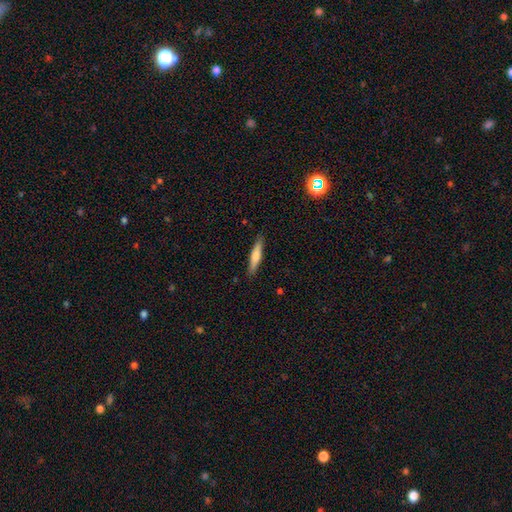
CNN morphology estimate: smooth-or-featured: smooth: 64% | featured or disk: 30% | star or artifact: 6%
  how-rounded: cigar-shaped: 87% | in between: 12% | round: 1%
  merging: none: 89% | minor disturbance: 9% | major disturbance: 2% | merger: 1%